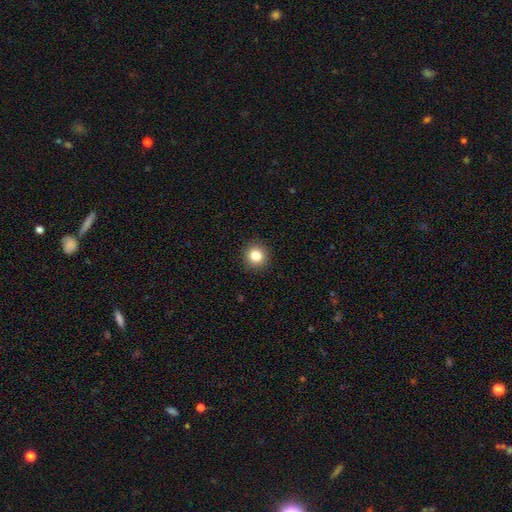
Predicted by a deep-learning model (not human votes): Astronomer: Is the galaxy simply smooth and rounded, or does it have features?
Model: smooth — 84%.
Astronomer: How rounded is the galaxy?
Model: round — 93%.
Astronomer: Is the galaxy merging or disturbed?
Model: none — 92%.